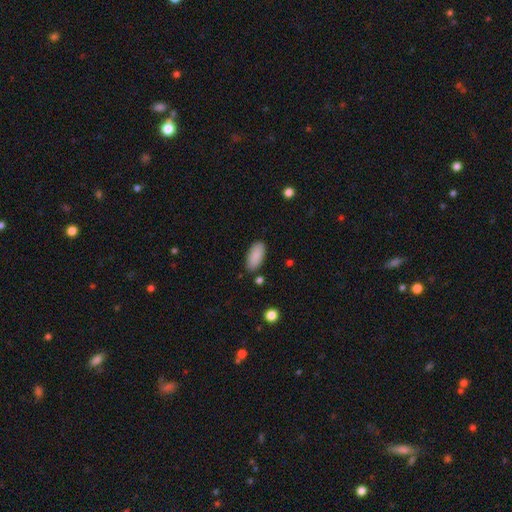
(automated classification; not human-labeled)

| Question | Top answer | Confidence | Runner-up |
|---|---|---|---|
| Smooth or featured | smooth | 89% | star or artifact (6%) |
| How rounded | in between | 91% | cigar-shaped (7%) |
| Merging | none | 85% | minor disturbance (10%) |